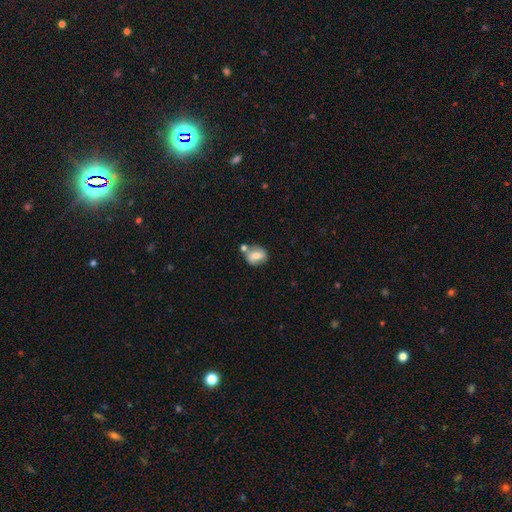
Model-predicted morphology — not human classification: smooth 62%, featured or disk 29%, star or artifact 9%. Down the decision tree: how rounded — round (54%); merging — none (57%).